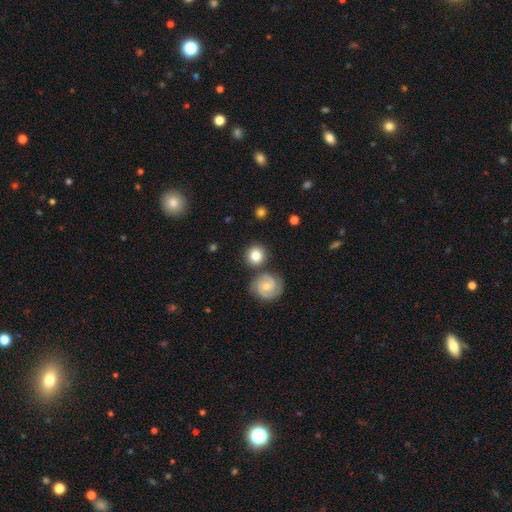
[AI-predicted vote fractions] smooth 73%, featured or disk 19%, star or artifact 7%. Down the decision tree: how rounded — round (91%); merging — none (78%).